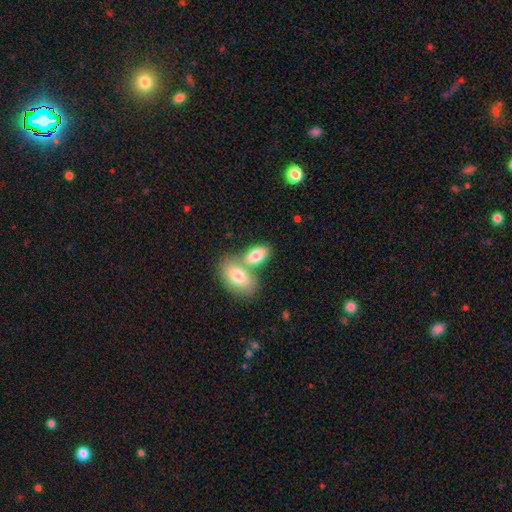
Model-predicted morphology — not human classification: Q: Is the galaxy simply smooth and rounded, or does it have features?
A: smooth — 78%.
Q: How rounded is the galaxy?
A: in between — 92%.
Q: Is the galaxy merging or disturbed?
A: merger — 55%.